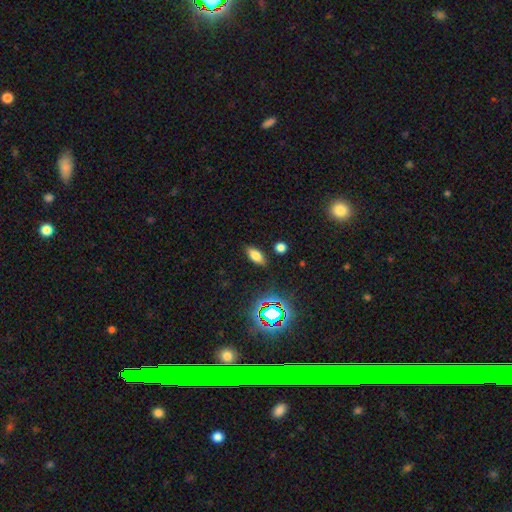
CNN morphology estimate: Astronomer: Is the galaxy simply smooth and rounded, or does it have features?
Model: smooth — 72%.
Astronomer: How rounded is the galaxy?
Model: in between — 84%.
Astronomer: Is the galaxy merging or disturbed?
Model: none — 86%.